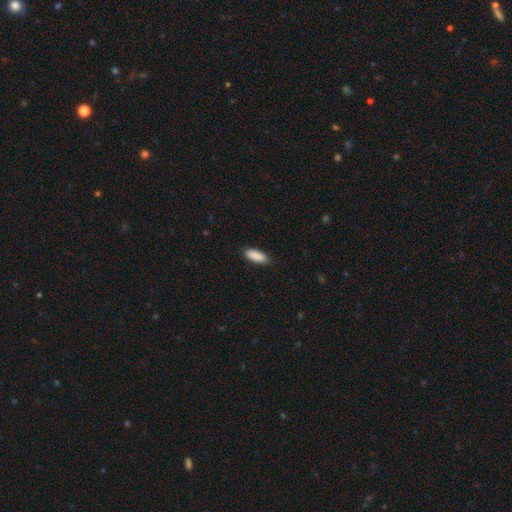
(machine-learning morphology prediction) Smooth or featured? Predicted: smooth (p=0.90). How rounded? Predicted: in between (p=0.72). Merging? Predicted: none (p=0.83).